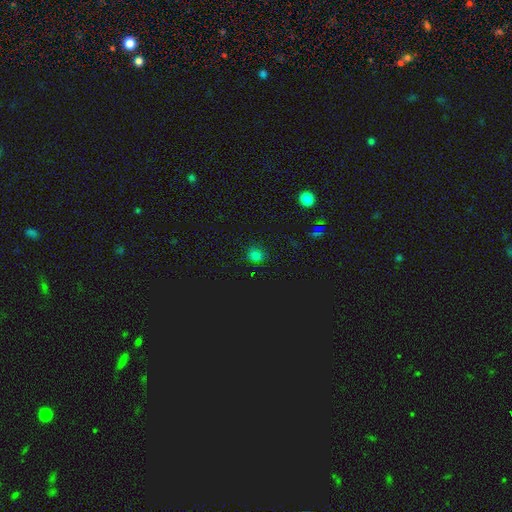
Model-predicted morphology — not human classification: Q: Smooth or featured?
A: smooth (66%); runner-up: star or artifact (30%)
Q: How rounded?
A: round (77%); runner-up: in between (22%)
Q: Merging?
A: none (82%); runner-up: minor disturbance (12%)